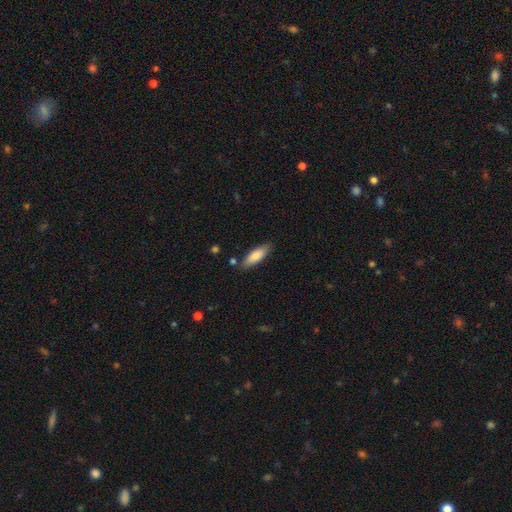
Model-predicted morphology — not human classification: Smooth or featured?
  - smooth: 83% *
  - featured or disk: 11%
  - star or artifact: 6%
How rounded?
  - in between: 57% *
  - cigar-shaped: 41%
  - round: 2%
Merging?
  - none: 81% *
  - minor disturbance: 13%
  - merger: 3%
  - major disturbance: 3%